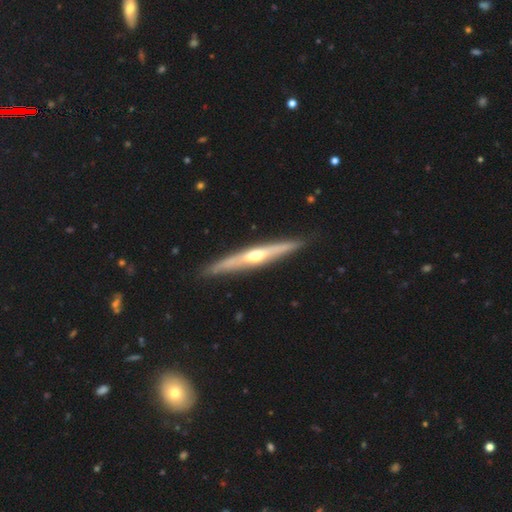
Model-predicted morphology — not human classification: A featured or disk galaxy (70%) viewed edge-on (94%) with a rounded central bulge (82%). Merging: none (89%).